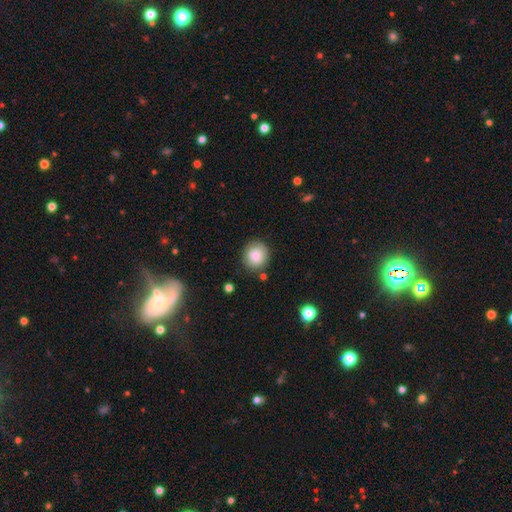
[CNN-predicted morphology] Overall: smooth (84%). How rounded: round (87%). Merging: none (82%).